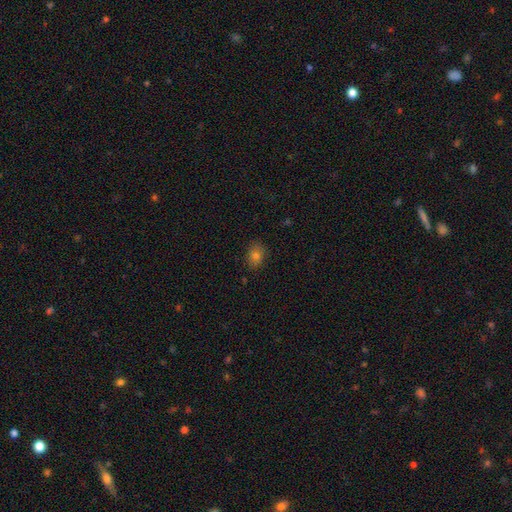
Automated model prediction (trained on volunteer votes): This appears to be a smooth galaxy with no disk features (77%) that is in between round and cigar-shaped (53%). Merging: none (84%).